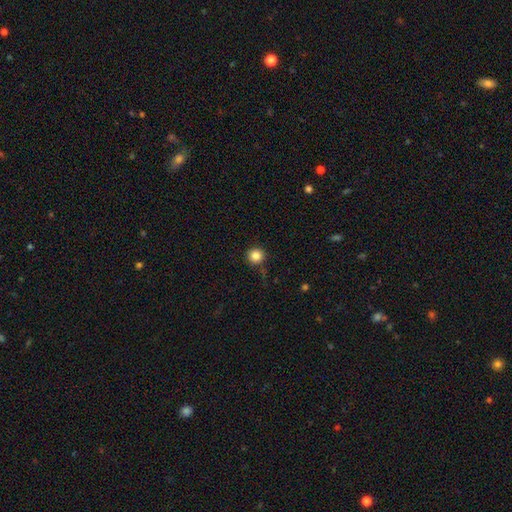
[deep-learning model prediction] Overall: smooth (85%). How rounded: round (94%). Merging: none (86%).